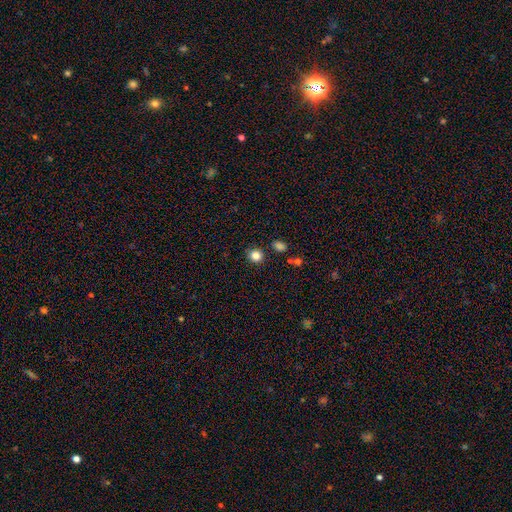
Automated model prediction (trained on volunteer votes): Morphology: type=smooth (84%); roundness=round (83%); merging=none (87%).